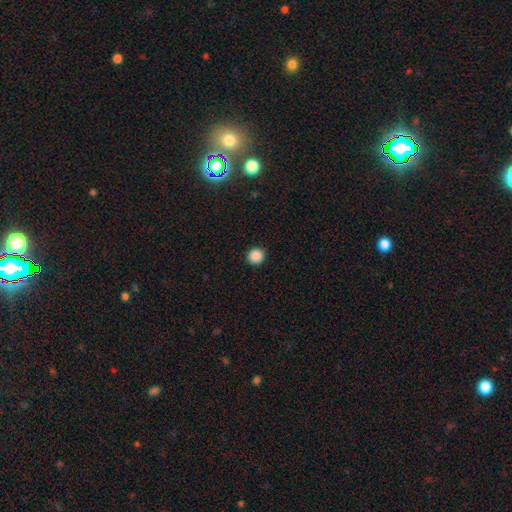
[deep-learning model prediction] Smooth or featured: smooth — 88% (star or artifact — 10%)
How rounded: round — 95% (in between — 4%)
Merging: none — 93% (minor disturbance — 5%)